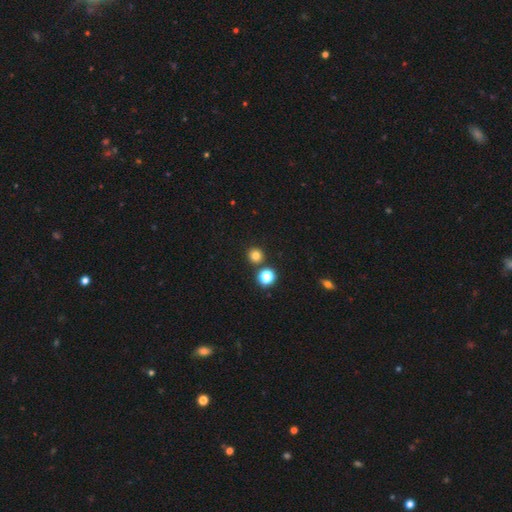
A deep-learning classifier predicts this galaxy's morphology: A smooth galaxy with no disk features (79%) that is round (93%).

Vote fractions:
- Smooth or featured? smooth: 79% / star or artifact: 16% / featured or disk: 5%
- How rounded? round: 93% / in between: 6% / cigar-shaped: 1%
- Merging? none: 84% / merger: 8% / minor disturbance: 6% / major disturbance: 2%